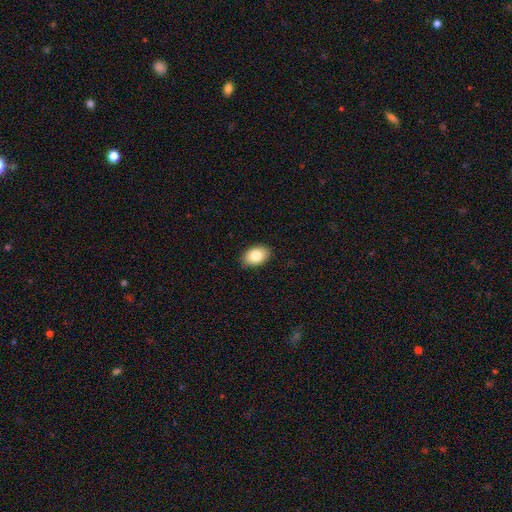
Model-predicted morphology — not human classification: Smooth or featured?
  - smooth: 83% *
  - featured or disk: 9%
  - star or artifact: 7%
How rounded?
  - in between: 87% *
  - round: 12%
  - cigar-shaped: 1%
Merging?
  - none: 89% *
  - minor disturbance: 9%
  - major disturbance: 2%
  - merger: 1%